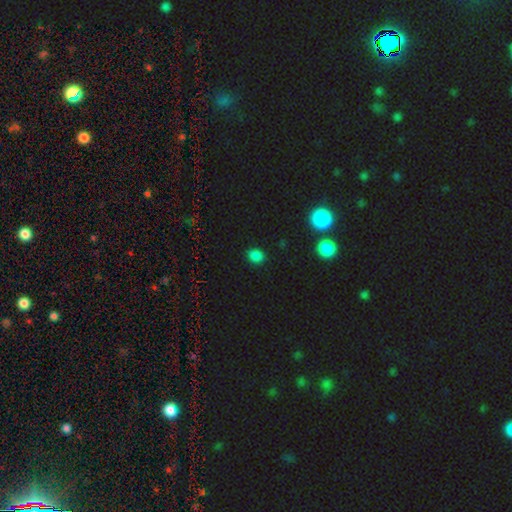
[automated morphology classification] Smooth or featured: smooth — 81% (star or artifact — 15%)
How rounded: round — 65% (in between — 34%)
Merging: none — 89% (minor disturbance — 7%)